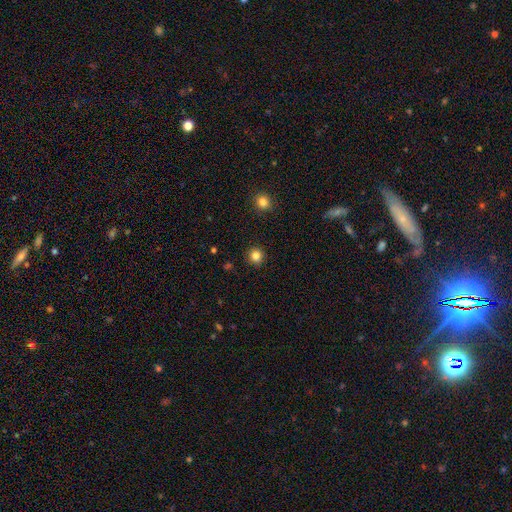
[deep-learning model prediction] The model was most divided on "smooth or featured": smooth: 83%, star or artifact: 12%, featured or disk: 5%. More confident: how rounded — round (93%); merging — none (92%).